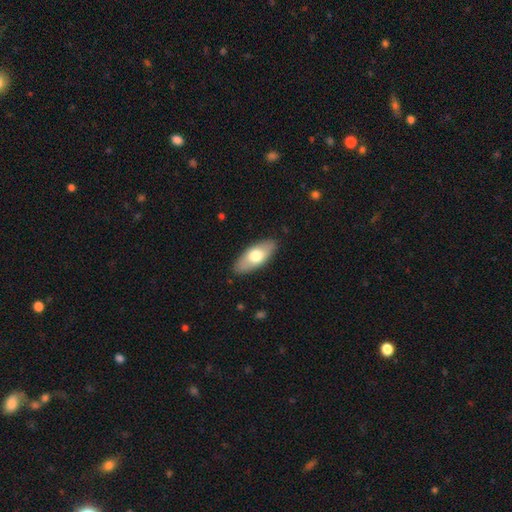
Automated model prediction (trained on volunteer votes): Smooth or featured? Predicted: smooth (p=0.66). How rounded? Predicted: in between (p=0.83). Merging? Predicted: none (p=0.87).